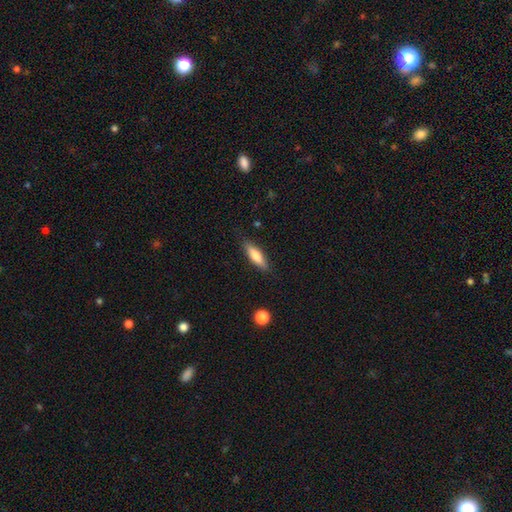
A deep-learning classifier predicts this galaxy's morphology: smooth-or-featured: smooth: 74% | featured or disk: 20% | star or artifact: 6%
  how-rounded: cigar-shaped: 60% | in between: 38% | round: 2%
  merging: none: 85% | minor disturbance: 11% | major disturbance: 2% | merger: 1%